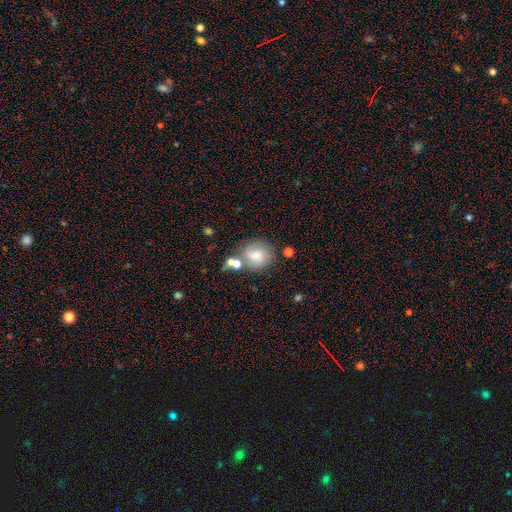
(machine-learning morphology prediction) smooth-or-featured: smooth: 61% | featured or disk: 29% | star or artifact: 10%
  how-rounded: round: 81% | in between: 18% | cigar-shaped: 1%
  merging: none: 62% | merger: 16% | minor disturbance: 16% | major disturbance: 6%